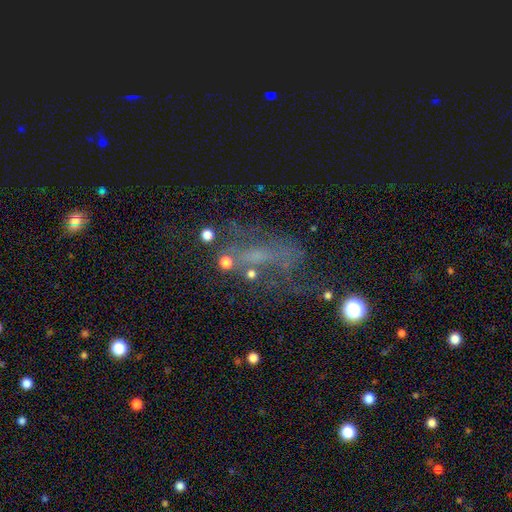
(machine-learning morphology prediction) type=featured or disk (49%); merging=none (41%).